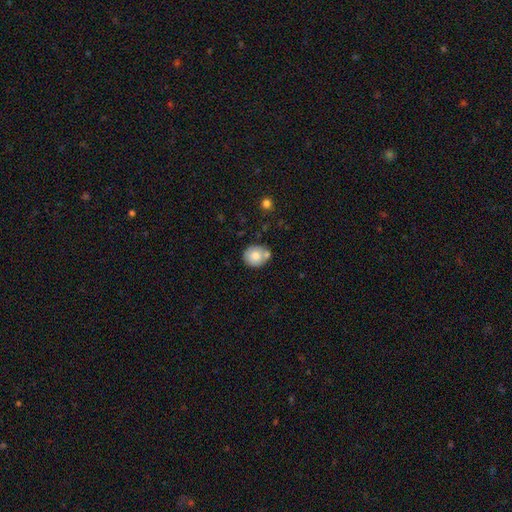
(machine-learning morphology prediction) type=smooth (79%); roundness=round (79%); merging=none (62%).